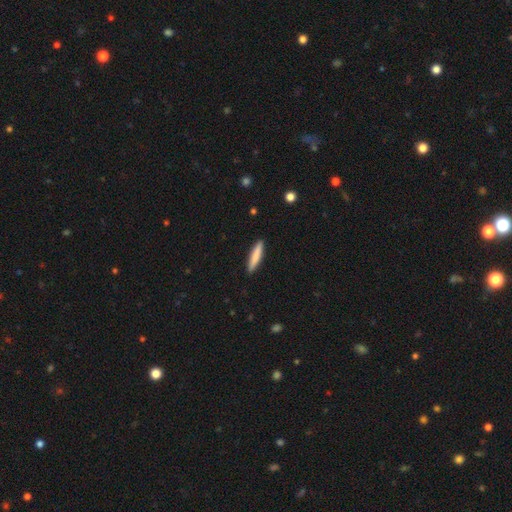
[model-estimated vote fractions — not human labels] This appears to be a smooth galaxy with no disk features (81%) that is cigar-shaped (88%). Merging: none (90%).